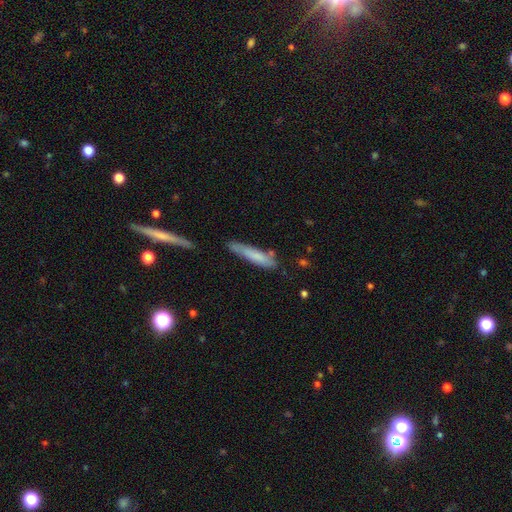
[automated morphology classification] smooth 71%, featured or disk 22%, star or artifact 7%. Down the decision tree: how rounded — cigar-shaped (86%); merging — none (63%).